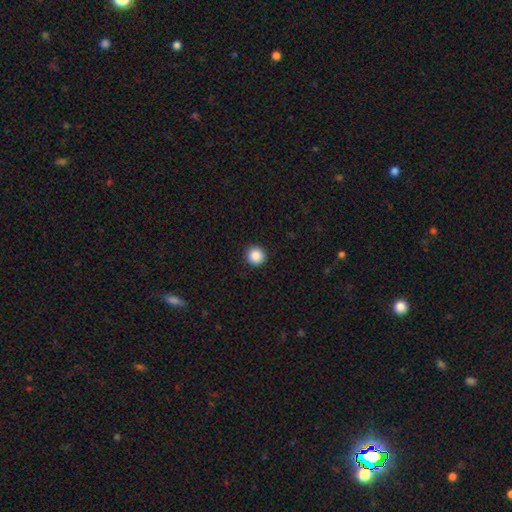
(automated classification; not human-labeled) smooth 87%, star or artifact 10%, featured or disk 3%. Down the decision tree: how rounded — round (95%); merging — none (93%).